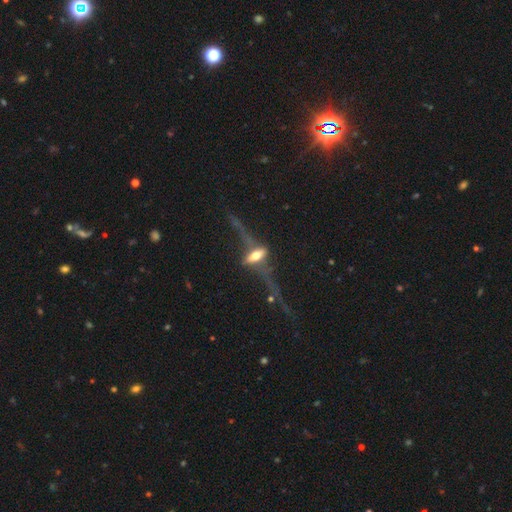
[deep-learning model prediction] Overall: featured or disk (77%). Edge-on disk: yes (81%). Edge-on bulge: rounded (92%). Merging: none (52%; major disturbance 23%).